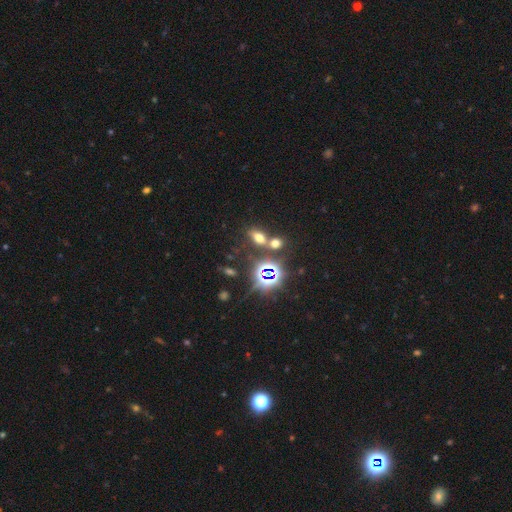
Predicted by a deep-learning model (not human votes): Q: Smooth or featured?
A: star or artifact (72%); runner-up: smooth (19%)